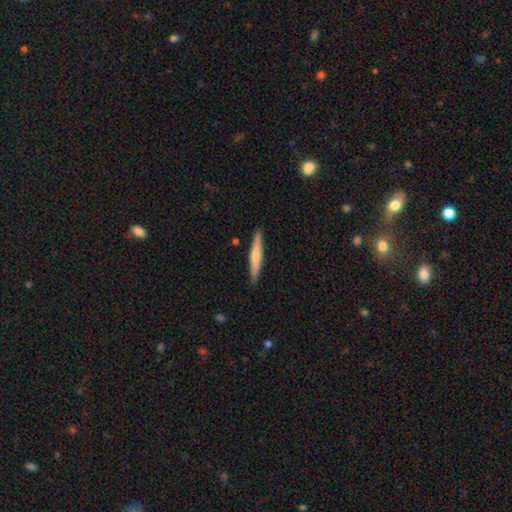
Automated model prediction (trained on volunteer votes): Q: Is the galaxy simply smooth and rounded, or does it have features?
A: smooth — 60%.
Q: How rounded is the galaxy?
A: cigar-shaped — 94%.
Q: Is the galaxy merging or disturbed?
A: none — 89%.